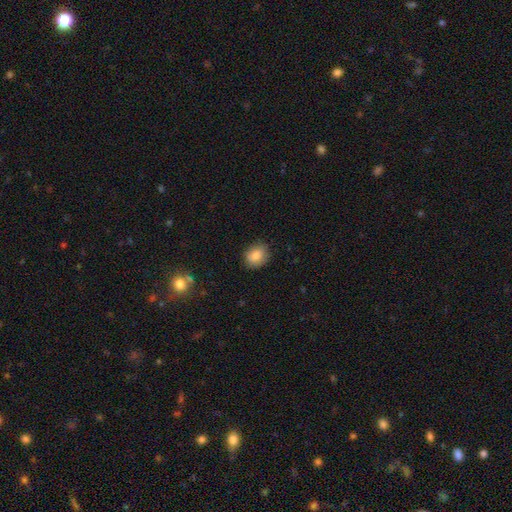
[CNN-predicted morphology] smooth_or_featured: smooth (p=0.85) [alt: star or artifact p=0.08]
how_rounded: in between (p=0.51) [alt: round p=0.48]
merging: none (p=0.82) [alt: minor disturbance p=0.14]